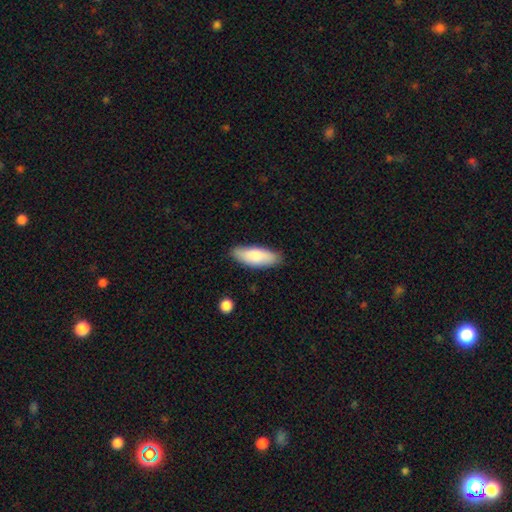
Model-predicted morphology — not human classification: A smooth galaxy with no disk features (83%) that is in between round and cigar-shaped (67%).

Vote fractions:
- Smooth or featured? smooth: 83% / featured or disk: 12% / star or artifact: 5%
- How rounded? in between: 67% / cigar-shaped: 31% / round: 2%
- Merging? none: 85% / minor disturbance: 12% / major disturbance: 2% / merger: 1%